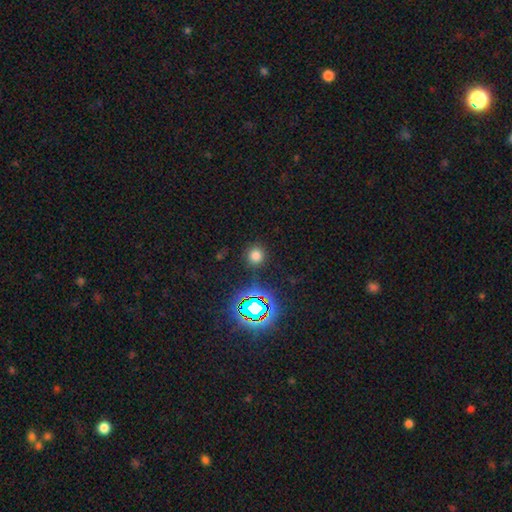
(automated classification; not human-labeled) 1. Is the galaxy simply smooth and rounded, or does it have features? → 71% smooth, 23% star or artifact, 6% featured or disk.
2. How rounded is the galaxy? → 92% round, 7% in between, 1% cigar-shaped.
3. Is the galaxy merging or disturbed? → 87% none, 8% minor disturbance, 3% major disturbance, 2% merger.